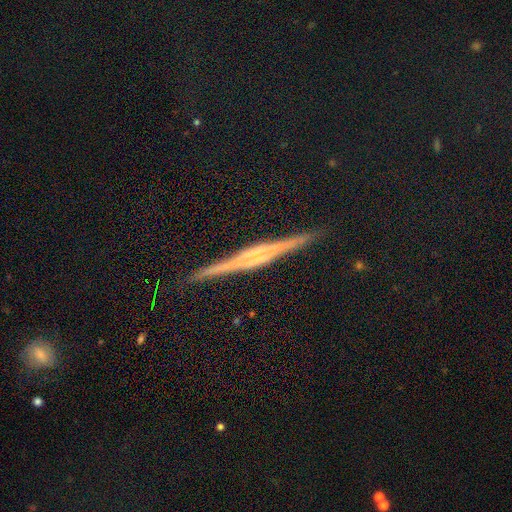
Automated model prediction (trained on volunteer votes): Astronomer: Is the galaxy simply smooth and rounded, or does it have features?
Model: featured or disk — 78%.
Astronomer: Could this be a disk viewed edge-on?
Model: yes — 97%.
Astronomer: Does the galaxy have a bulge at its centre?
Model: rounded — 44% (runner-up: boxy, 41%).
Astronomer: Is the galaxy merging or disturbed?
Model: none — 91%.